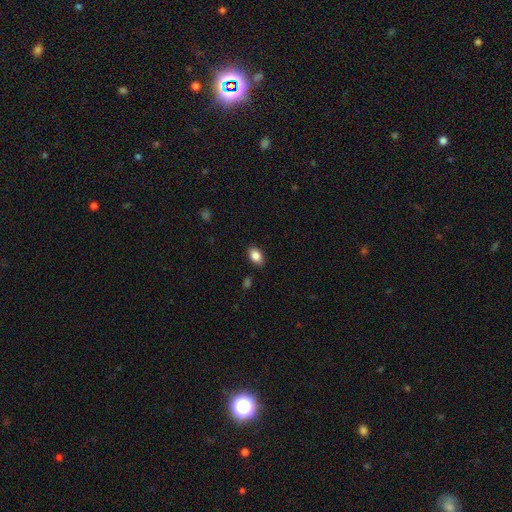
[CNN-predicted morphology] smooth_or_featured: smooth (p=0.85) [alt: star or artifact p=0.08]
how_rounded: in between (p=0.87) [alt: round p=0.11]
merging: none (p=0.86) [alt: minor disturbance p=0.10]